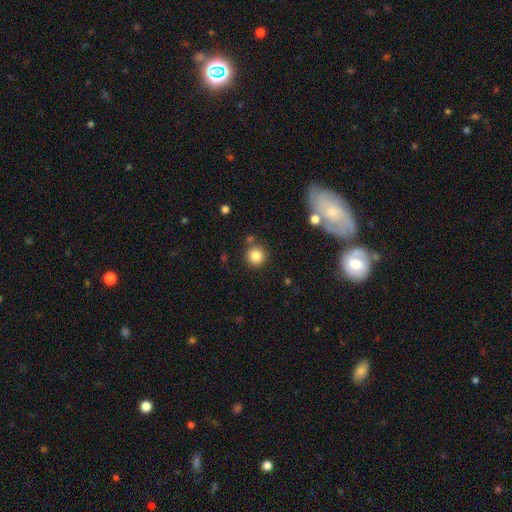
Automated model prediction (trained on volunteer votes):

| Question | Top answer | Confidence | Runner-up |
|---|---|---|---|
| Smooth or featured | smooth | 84% | star or artifact (11%) |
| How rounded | round | 93% | in between (6%) |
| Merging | none | 83% | minor disturbance (8%) |